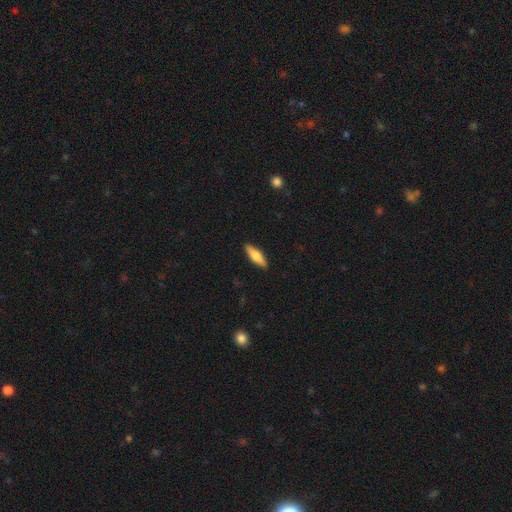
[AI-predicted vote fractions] Q: Smooth or featured?
A: smooth (64%); runner-up: featured or disk (30%)
Q: How rounded?
A: cigar-shaped (51%); runner-up: in between (47%)
Q: Merging?
A: none (90%); runner-up: minor disturbance (8%)